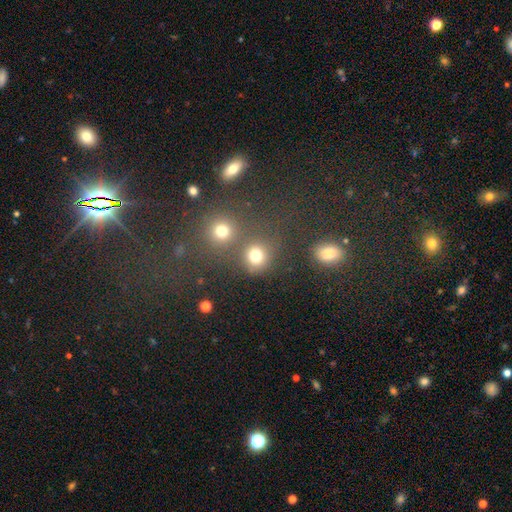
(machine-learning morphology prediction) type=smooth (76%); roundness=round (86%); merging=none (64%).